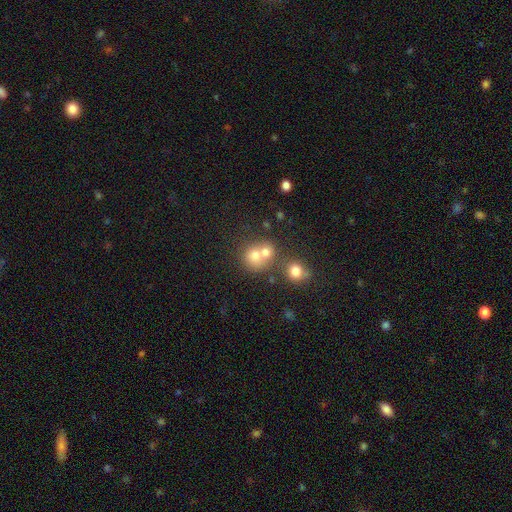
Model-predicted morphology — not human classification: This is likely a smooth galaxy (69%). How rounded: likely round (79%). Merging: possibly merger (53%).